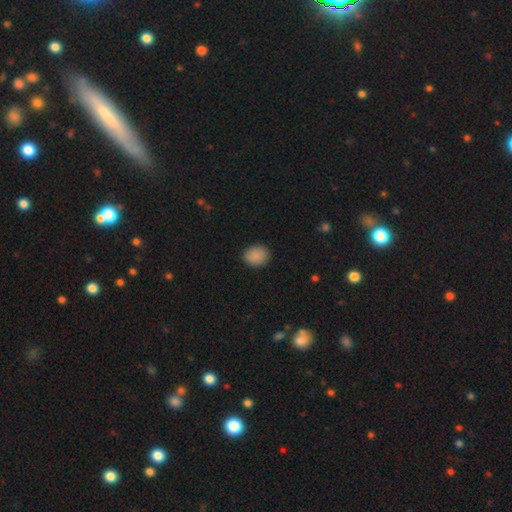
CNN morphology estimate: A smooth galaxy with no disk features (89%) that is round (66%). Merging: none (89%).